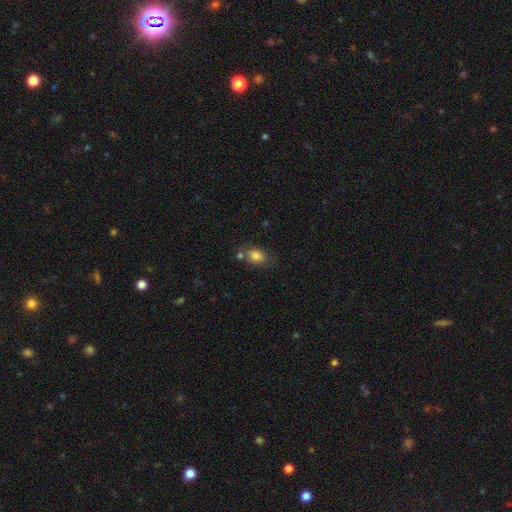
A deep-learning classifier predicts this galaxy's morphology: smooth-or-featured: smooth: 82% | star or artifact: 9% | featured or disk: 8%
  how-rounded: in between: 70% | round: 28% | cigar-shaped: 2%
  merging: none: 60% | minor disturbance: 17% | merger: 17% | major disturbance: 6%